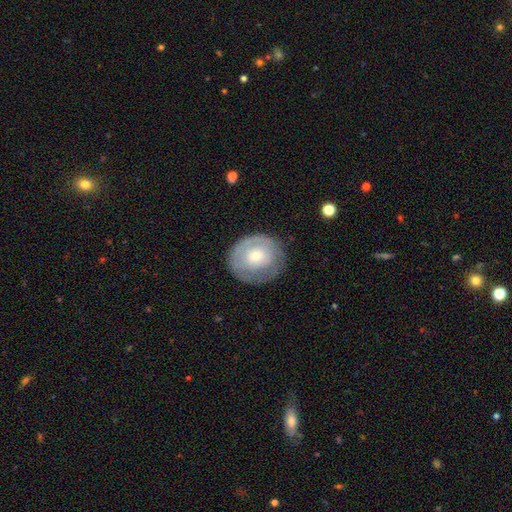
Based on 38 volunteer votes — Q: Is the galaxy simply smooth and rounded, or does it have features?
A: smooth — 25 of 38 (66%).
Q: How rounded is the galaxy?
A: round — 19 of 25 (76%).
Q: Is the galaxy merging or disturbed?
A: none — 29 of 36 (81%).